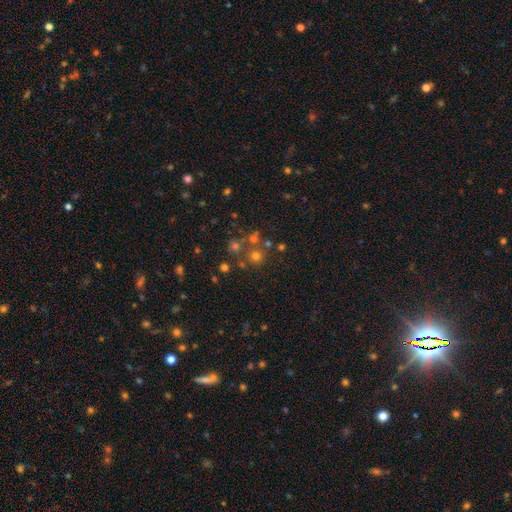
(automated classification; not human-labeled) Q: Smooth or featured?
A: smooth (49%); runner-up: star or artifact (38%)
Q: Merging?
A: none (69%); runner-up: merger (20%)